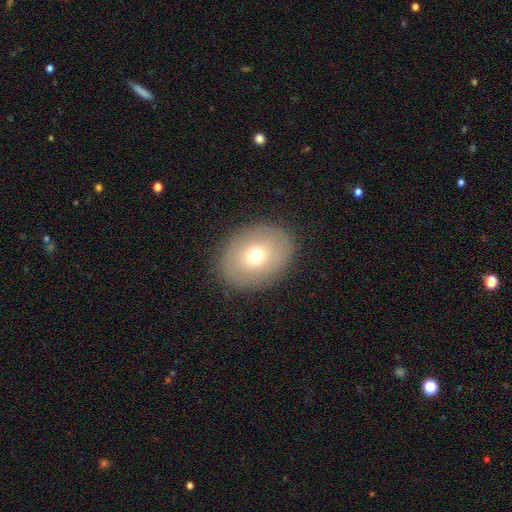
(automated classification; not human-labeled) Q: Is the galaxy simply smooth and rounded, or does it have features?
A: smooth — 69%.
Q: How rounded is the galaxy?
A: in between — 60%.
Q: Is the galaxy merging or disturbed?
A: none — 88%.